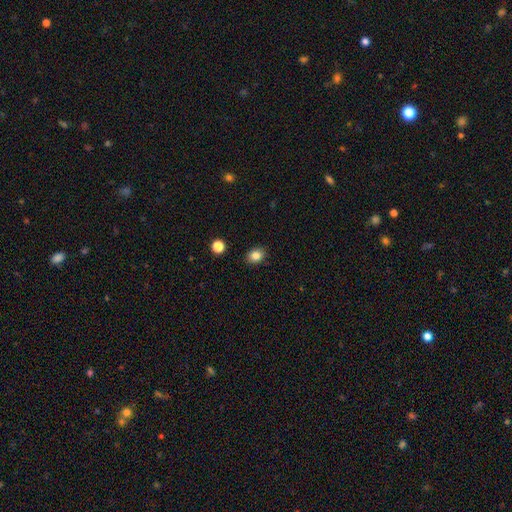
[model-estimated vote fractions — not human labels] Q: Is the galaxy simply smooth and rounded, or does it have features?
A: smooth — 84%.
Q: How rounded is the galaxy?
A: in between — 61%.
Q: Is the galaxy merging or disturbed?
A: none — 88%.